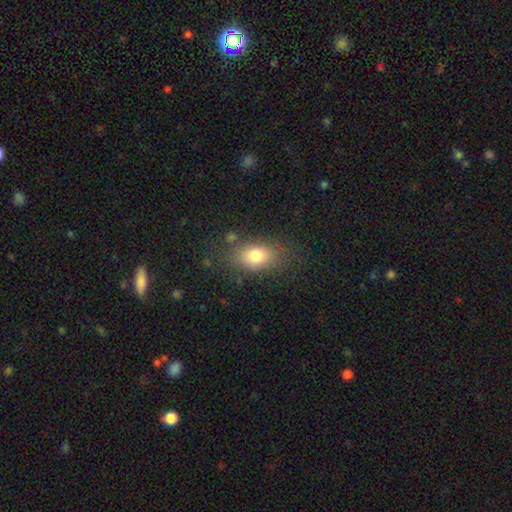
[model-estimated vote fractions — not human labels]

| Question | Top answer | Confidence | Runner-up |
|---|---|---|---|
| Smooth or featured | smooth | 79% | featured or disk (11%) |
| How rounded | in between | 79% | round (19%) |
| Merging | none | 76% | minor disturbance (15%) |